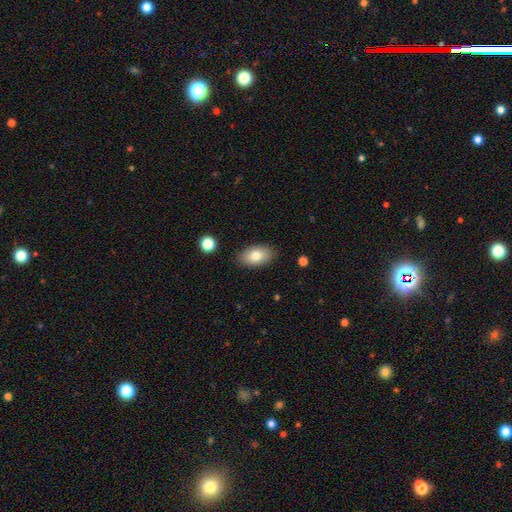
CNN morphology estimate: smooth 79%, featured or disk 13%, star or artifact 7%. Down the decision tree: how rounded — in between (93%); merging — none (87%).